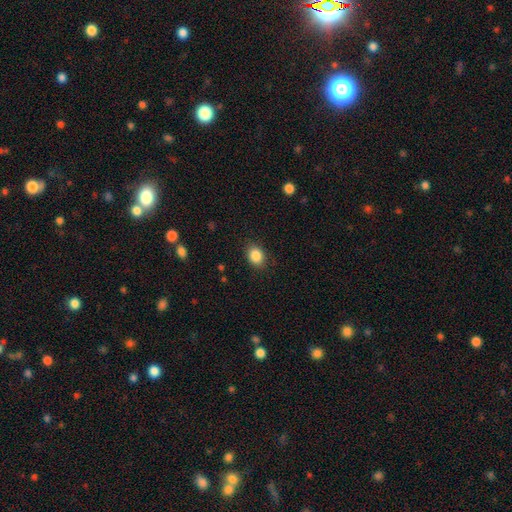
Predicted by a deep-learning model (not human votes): This is clearly a smooth galaxy (87%). How rounded: possibly in between (57%). Merging: clearly none (86%).